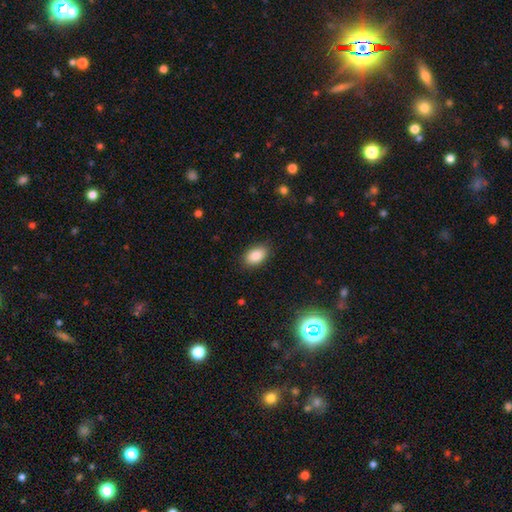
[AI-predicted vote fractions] Morphology: type=smooth (87%); roundness=in between (91%); merging=none (86%).